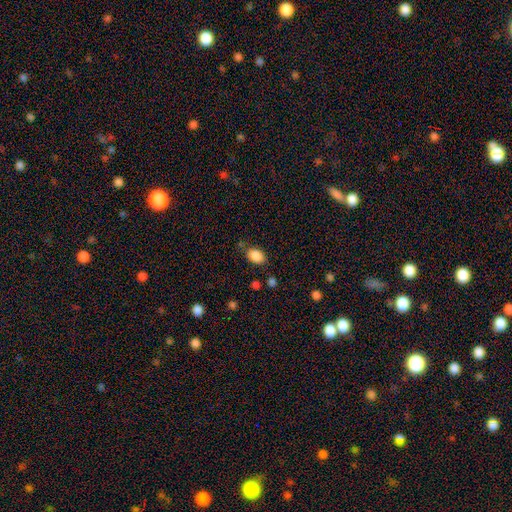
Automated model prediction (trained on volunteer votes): Smooth or featured? smooth (87%)
How rounded? in between (78%)
Merging? none (76%)